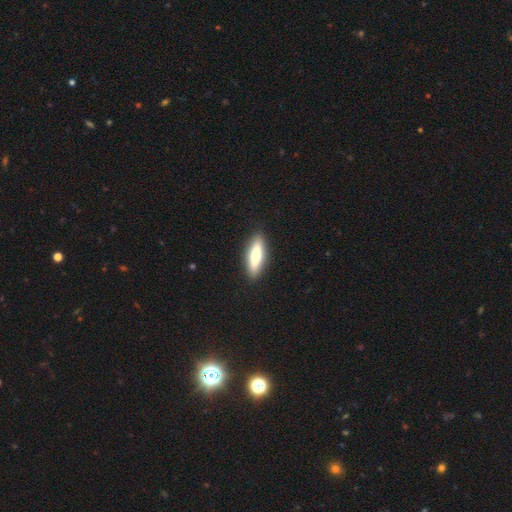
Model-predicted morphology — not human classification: Smooth or featured? Predicted: smooth (p=0.67). How rounded? Predicted: cigar-shaped (p=0.54). Merging? Predicted: none (p=0.90).